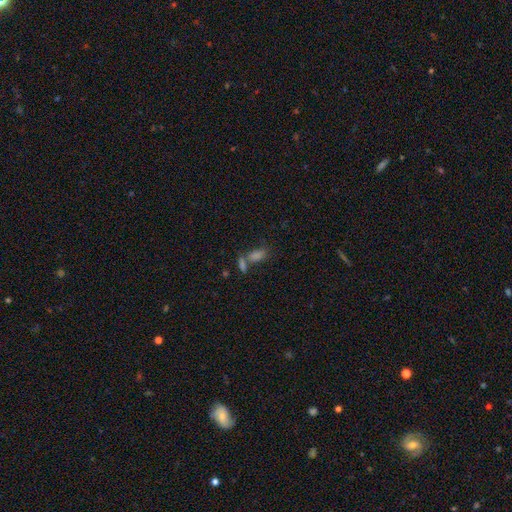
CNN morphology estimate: A smooth galaxy with no disk features (60%) that is in between round and cigar-shaped (78%).

Vote fractions:
- Smooth or featured? smooth: 60% / star or artifact: 26% / featured or disk: 14%
- How rounded? in between: 78% / round: 11% / cigar-shaped: 11%
- Merging? none: 43% / merger: 39% / minor disturbance: 10% / major disturbance: 7%